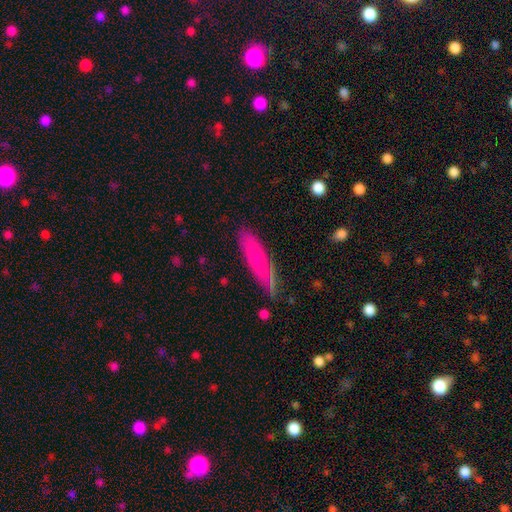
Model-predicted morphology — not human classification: Smooth or featured?
  - smooth: 63% *
  - featured or disk: 30%
  - star or artifact: 7%
How rounded?
  - cigar-shaped: 65% *
  - in between: 33%
  - round: 2%
Merging?
  - none: 70% *
  - minor disturbance: 22%
  - major disturbance: 6%
  - merger: 2%